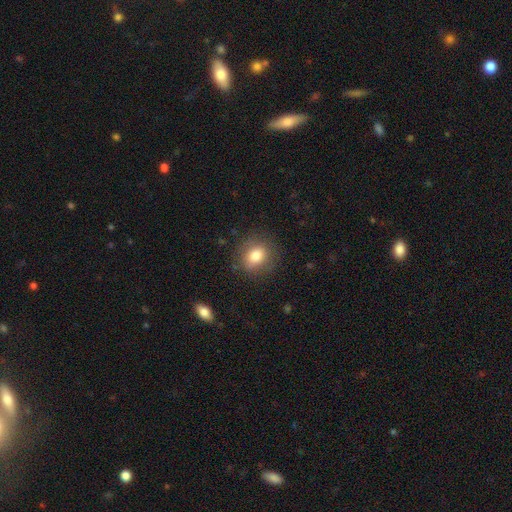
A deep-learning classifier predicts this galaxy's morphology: Q: Smooth or featured?
A: smooth (80%); runner-up: featured or disk (10%)
Q: How rounded?
A: round (68%); runner-up: in between (31%)
Q: Merging?
A: none (83%); runner-up: minor disturbance (12%)